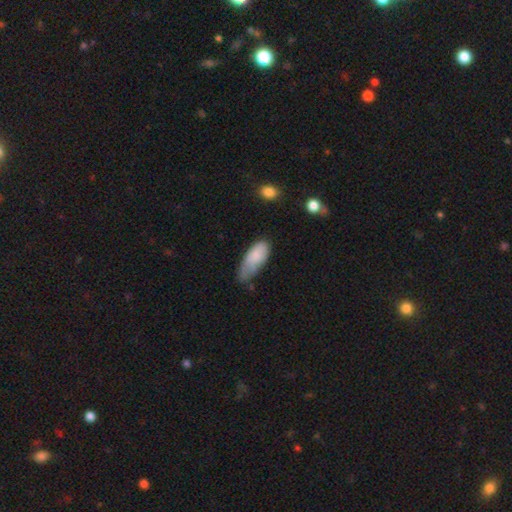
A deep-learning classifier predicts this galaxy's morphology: Smooth or featured? Predicted: smooth (p=0.80). How rounded? Predicted: in between (p=0.82). Merging? Predicted: minor disturbance (p=0.46).